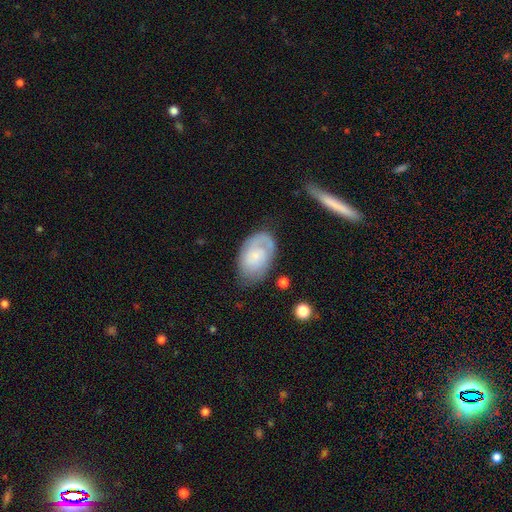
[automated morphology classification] smooth_or_featured: featured or disk (p=0.54) [alt: smooth p=0.39]
disk_edge_on: no (p=0.95) [alt: yes p=0.05]
bar: no (p=0.75) [alt: weak p=0.22]
has_spiral_arms: yes (p=0.81) [alt: no p=0.19]
bulge_size: small (p=0.59) [alt: moderate p=0.21]
merging: none (p=0.65) [alt: minor disturbance p=0.23]